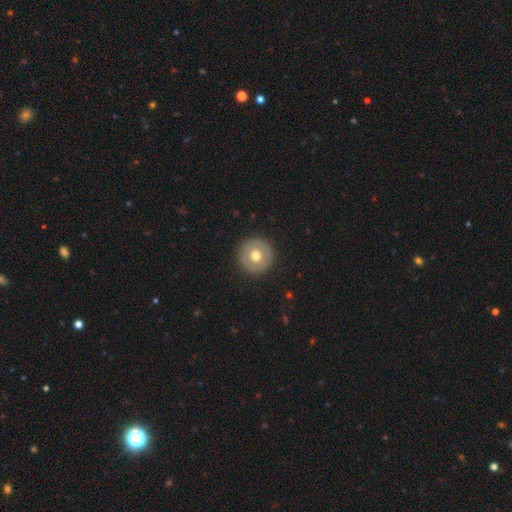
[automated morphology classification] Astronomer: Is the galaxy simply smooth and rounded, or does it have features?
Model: smooth — 62%.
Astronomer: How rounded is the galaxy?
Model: round — 96%.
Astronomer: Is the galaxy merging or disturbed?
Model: none — 91%.